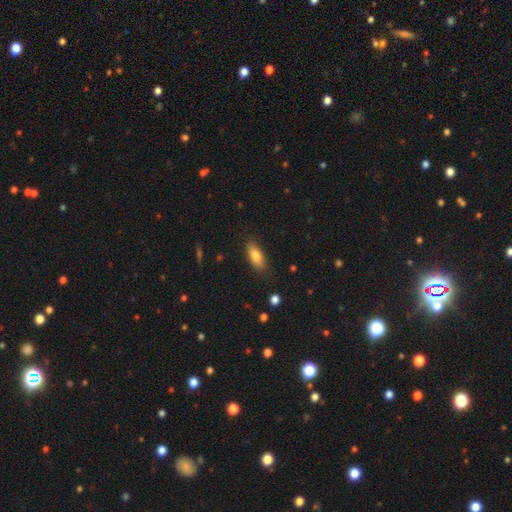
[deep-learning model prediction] Smooth or featured? Predicted: smooth (p=0.81). How rounded? Predicted: in between (p=0.81). Merging? Predicted: none (p=0.82).